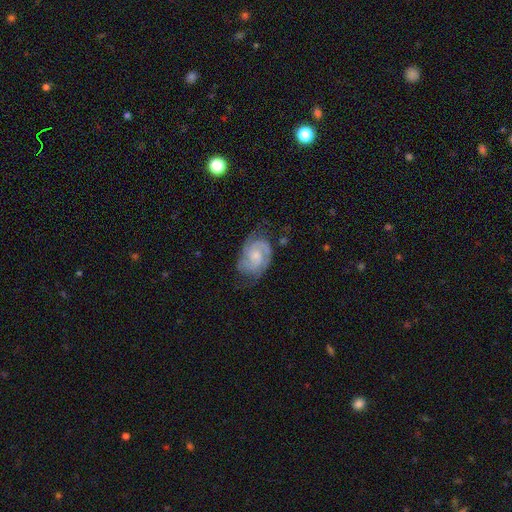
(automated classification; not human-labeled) A featured or disk galaxy (84%) with no bar (59%), 2 (73%) tight (51%) spiral arms (97%) and a small central bulge (50%).

Vote fractions:
- Smooth or featured? featured or disk: 84% / smooth: 11% / star or artifact: 6%
- Edge-on disk? no: 98% / yes: 2%
- Bar? no: 59% / weak: 35% / strong: 5%
- Spiral arms? yes: 97% / no: 3%
- Spiral winding? tight: 51% / medium: 41% / loose: 8%
- Spiral arm count? 2: 73% / 3: 12% / can't tell: 9% / 1: 2% / 4: 2% / more than 4: 2%
- Bulge size? small: 50% / moderate: 35% / none: 11% / large: 3% / dominant: 1%
- Merging? none: 68% / minor disturbance: 22% / major disturbance: 9% / merger: 1%